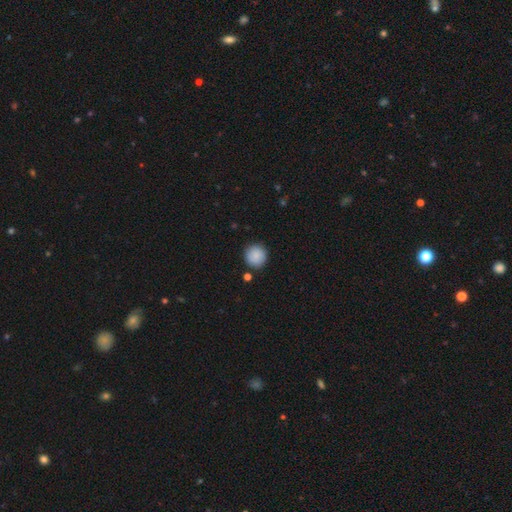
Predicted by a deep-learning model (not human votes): Smooth or featured?
  - smooth: 88% *
  - star or artifact: 8%
  - featured or disk: 5%
How rounded?
  - round: 94% *
  - in between: 5%
  - cigar-shaped: 1%
Merging?
  - none: 87% *
  - minor disturbance: 8%
  - merger: 3%
  - major disturbance: 2%